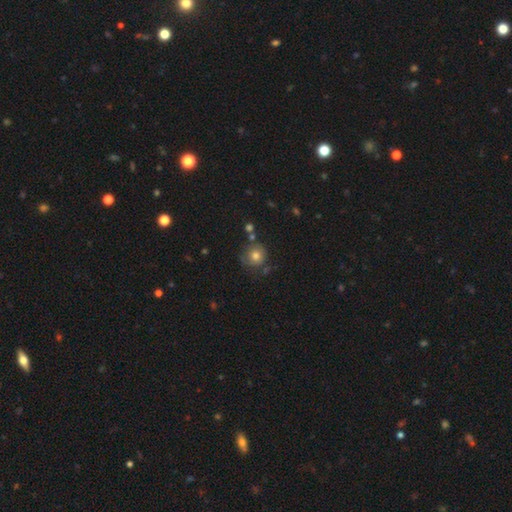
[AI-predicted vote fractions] Smooth or featured?
  - smooth: 76% *
  - featured or disk: 12%
  - star or artifact: 11%
How rounded?
  - round: 90% *
  - in between: 9%
  - cigar-shaped: 1%
Merging?
  - none: 68% *
  - minor disturbance: 18%
  - merger: 8%
  - major disturbance: 6%